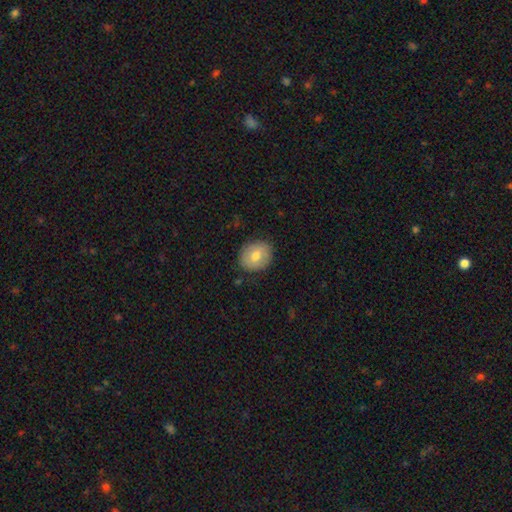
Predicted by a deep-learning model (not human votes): Overall: smooth (70%). How rounded: round (66%; in between 33%). Merging: none (86%).